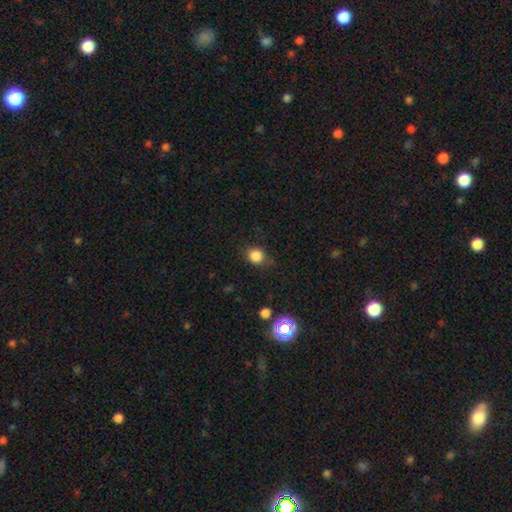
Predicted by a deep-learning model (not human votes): Overall: smooth (83%). How rounded: round (81%). Merging: none (78%).